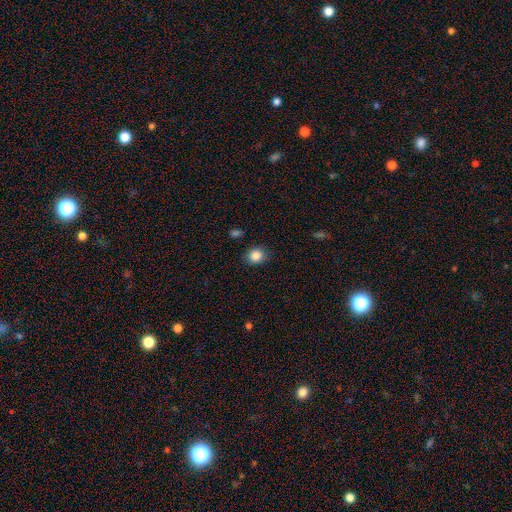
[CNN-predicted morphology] Overall: smooth (86%). How rounded: round (68%; in between 31%). Merging: none (85%).